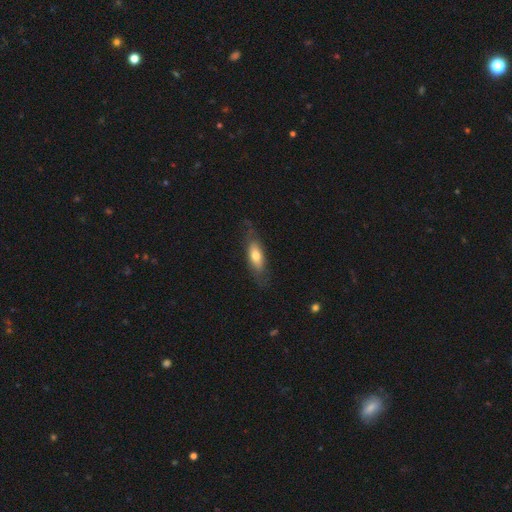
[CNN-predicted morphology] Overall: smooth (64%; featured or disk 30%). How rounded: in between (68%; cigar-shaped 29%). Merging: none (68%).